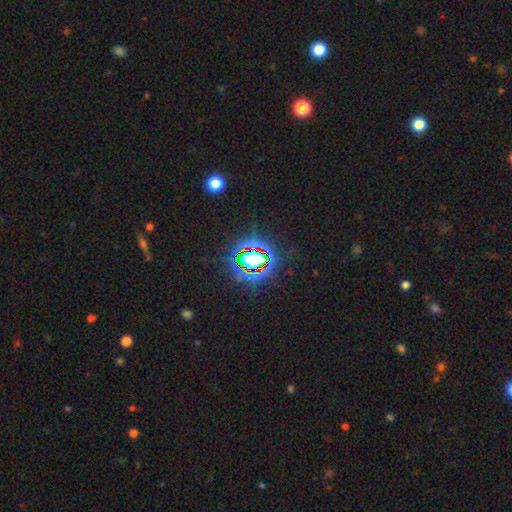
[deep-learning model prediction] star or artifact 76%, smooth 14%, featured or disk 11%.